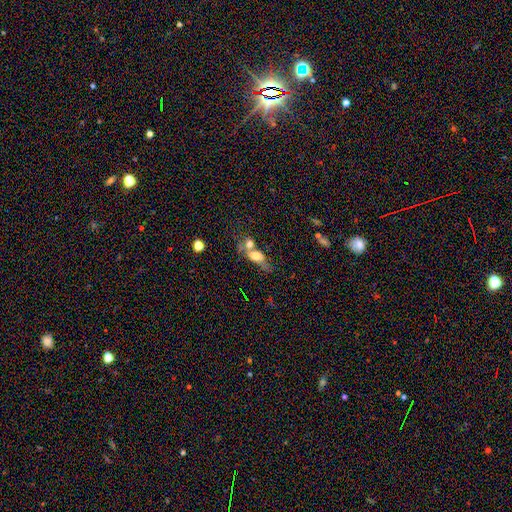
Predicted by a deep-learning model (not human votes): Morphology: type=smooth (62%); roundness=in between (65%); merging=merger (54%).